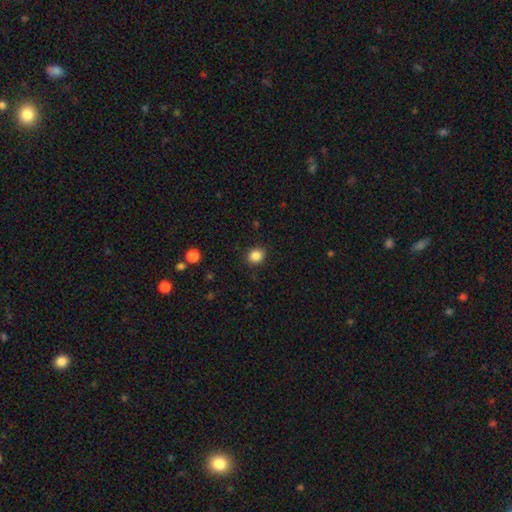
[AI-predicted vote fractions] The model was most divided on "how rounded": round: 78%, in between: 22%, cigar-shaped: 1%. More confident: merging — none (89%); smooth or featured — smooth (86%).